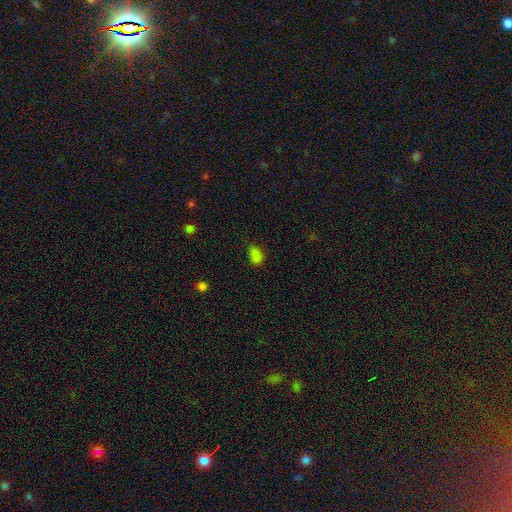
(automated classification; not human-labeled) Morphology: type=smooth (77%); roundness=in between (87%); merging=none (63%).